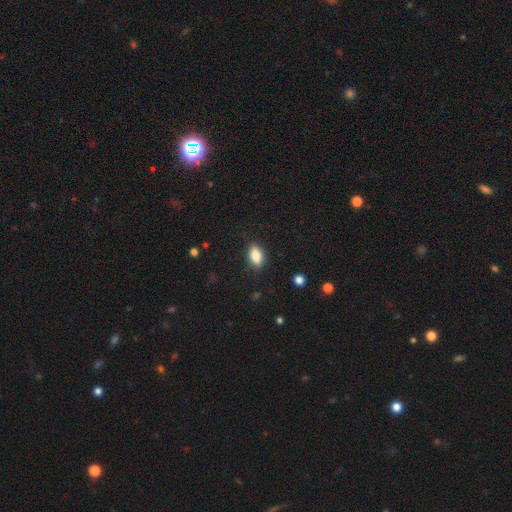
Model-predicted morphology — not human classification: smooth_or_featured: smooth (p=0.82) [alt: featured or disk p=0.11]
how_rounded: in between (p=0.86) [alt: cigar-shaped p=0.08]
merging: none (p=0.86) [alt: minor disturbance p=0.10]